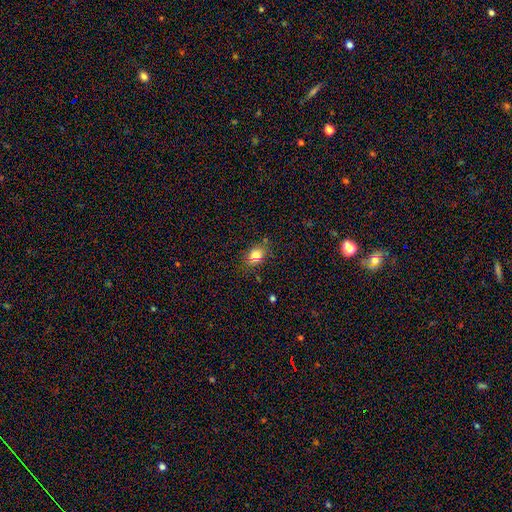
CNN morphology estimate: A smooth galaxy with no disk features (80%) that is in between round and cigar-shaped (63%). Merging: none (78%).